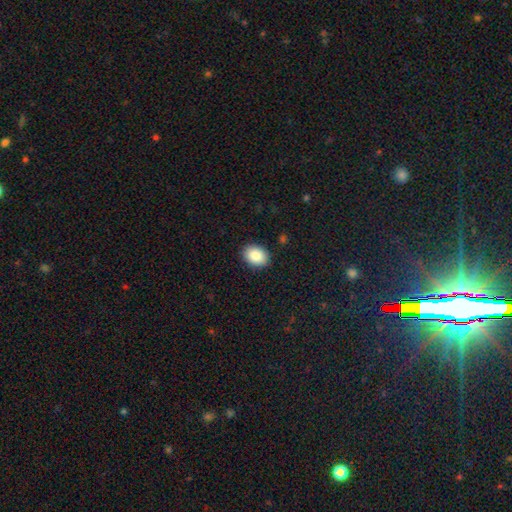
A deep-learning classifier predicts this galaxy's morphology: type=smooth (88%); roundness=in between (66%); merging=none (90%).